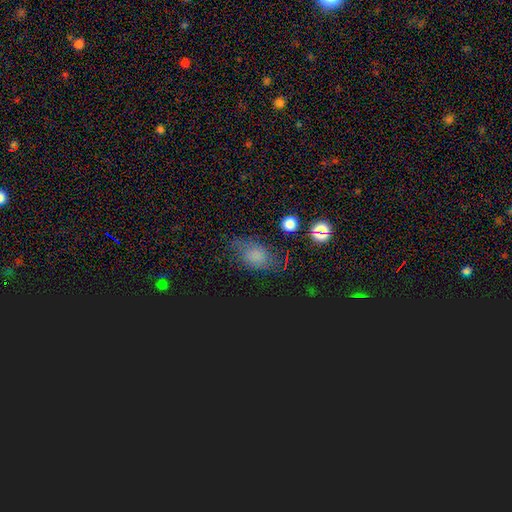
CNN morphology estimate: A smooth galaxy with no disk features (65%) that is in between round and cigar-shaped (77%). Merging: none (67%).